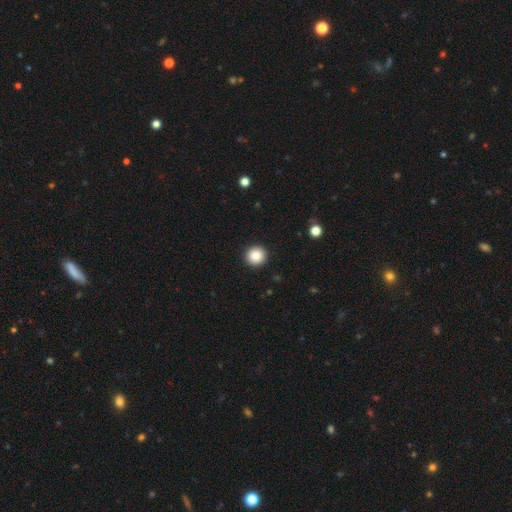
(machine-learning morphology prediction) A smooth galaxy with no disk features (86%) that is round (95%).

Vote fractions:
- Smooth or featured? smooth: 86% / star or artifact: 9% / featured or disk: 4%
- How rounded? round: 95% / in between: 4% / cigar-shaped: 1%
- Merging? none: 93% / minor disturbance: 5% / major disturbance: 2% / merger: 1%